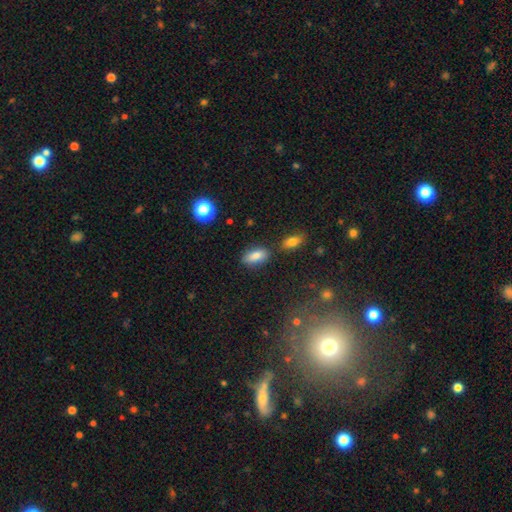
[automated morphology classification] type=smooth (83%); roundness=in between (87%); merging=none (78%).